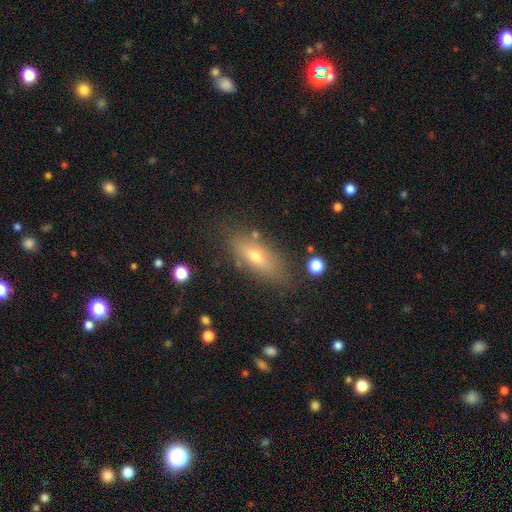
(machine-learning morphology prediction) smooth 58%, featured or disk 33%, star or artifact 9%. Down the decision tree: how rounded — in between (63%); merging — none (79%).